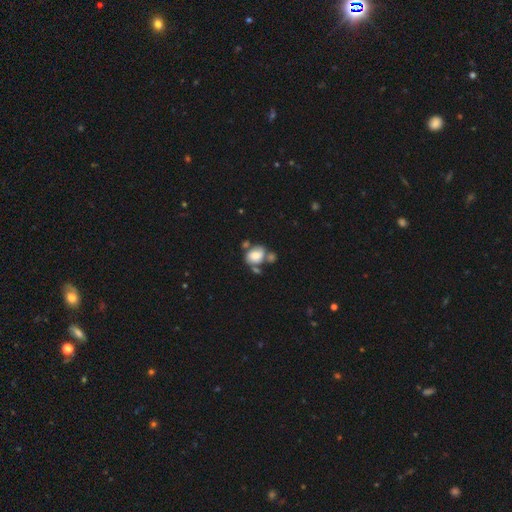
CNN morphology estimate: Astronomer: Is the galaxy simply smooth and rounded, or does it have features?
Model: smooth — 65%.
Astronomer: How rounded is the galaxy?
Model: in between — 58% (runner-up: round, 41%).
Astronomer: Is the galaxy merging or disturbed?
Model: none — 39% (runner-up: merger, 32%).